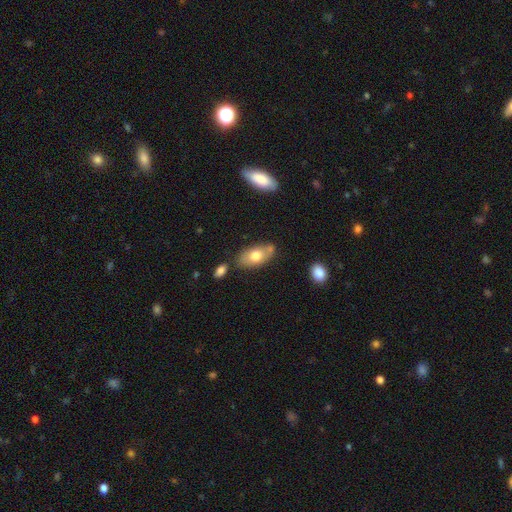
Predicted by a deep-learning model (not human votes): The model was most divided on "merging": none: 65%, minor disturbance: 18%, merger: 13%, major disturbance: 4%. More confident: how rounded — in between (89%); smooth or featured — smooth (71%).